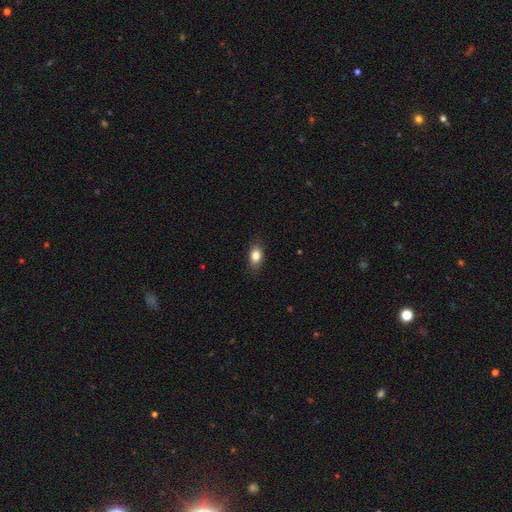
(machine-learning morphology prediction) Smooth or featured? smooth (82%)
How rounded? in between (84%)
Merging? none (84%)